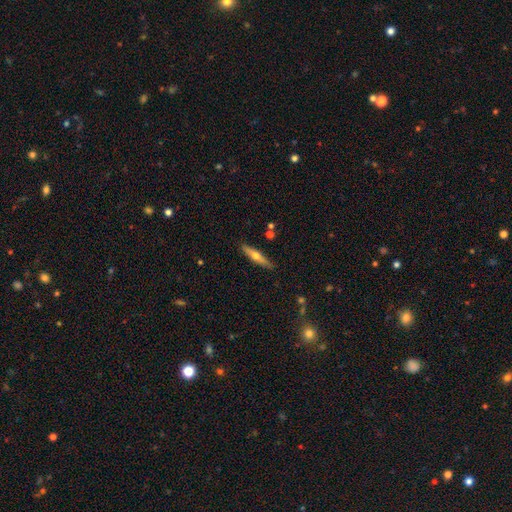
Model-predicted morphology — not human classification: type=featured or disk (55%); edge-on=yes (93%); edge-on bulge=rounded (91%); merging=none (87%).